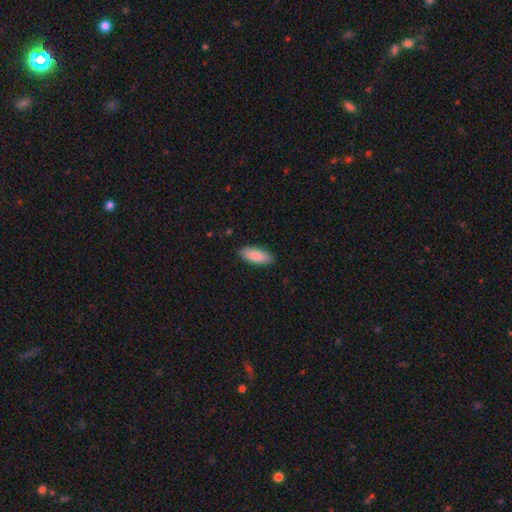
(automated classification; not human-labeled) A smooth galaxy with no disk features (86%) that is in between round and cigar-shaped (79%). Merging: none (88%).